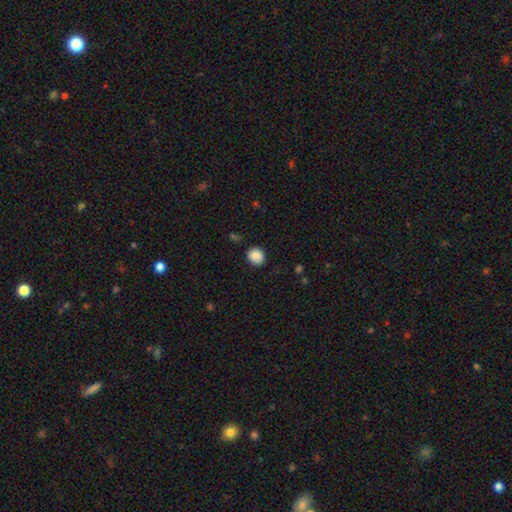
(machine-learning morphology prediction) This is clearly a smooth galaxy (88%). How rounded: likely round (76%). Merging: clearly none (83%).